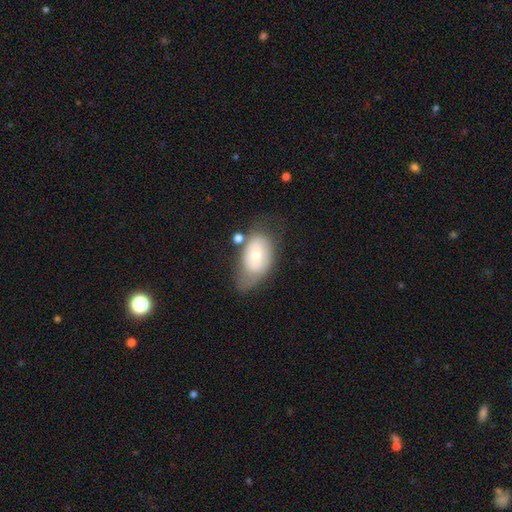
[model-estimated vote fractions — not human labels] Morphology: type=smooth (60%); roundness=in between (89%); merging=none (41%).